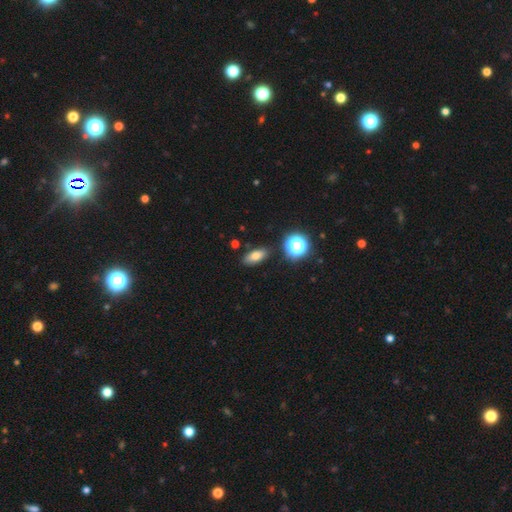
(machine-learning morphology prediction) A smooth galaxy with no disk features (74%) that is in between round and cigar-shaped (78%). Merging: none (86%).